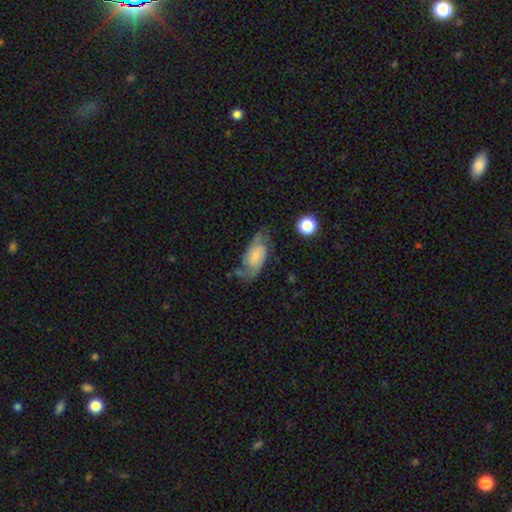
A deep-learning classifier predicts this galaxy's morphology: Overall: featured or disk (69%). Edge-on disk: no (95%). Bar: no (54%; weak 37%). Spiral arms: yes (92%). Spiral arm count: 2 (83%). Spiral winding: medium (47%; loose 29%). Bulge size: small (47%; moderate 23%). Merging: none (57%; minor disturbance 24%).